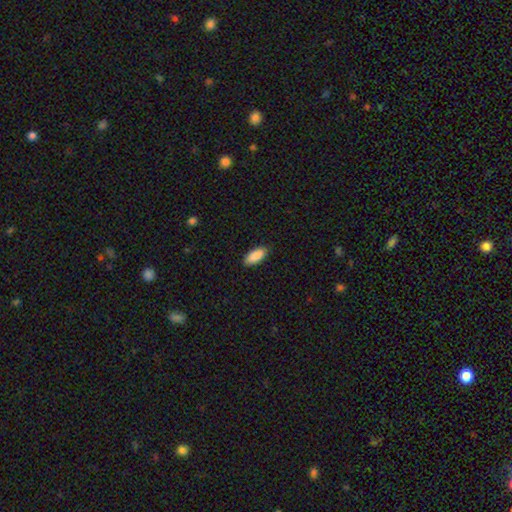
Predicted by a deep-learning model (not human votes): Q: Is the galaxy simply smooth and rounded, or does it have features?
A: smooth — 90%.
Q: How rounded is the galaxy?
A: in between — 87%.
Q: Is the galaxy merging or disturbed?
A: none — 88%.